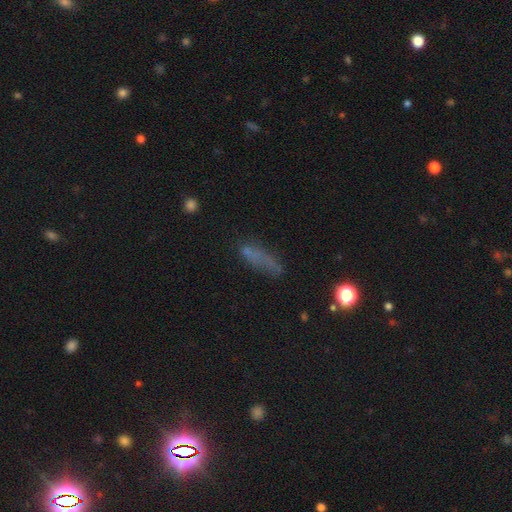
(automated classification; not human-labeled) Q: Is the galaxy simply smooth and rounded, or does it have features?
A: smooth — 58%.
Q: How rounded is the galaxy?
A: cigar-shaped — 56%.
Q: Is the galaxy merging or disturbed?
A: none — 50%.